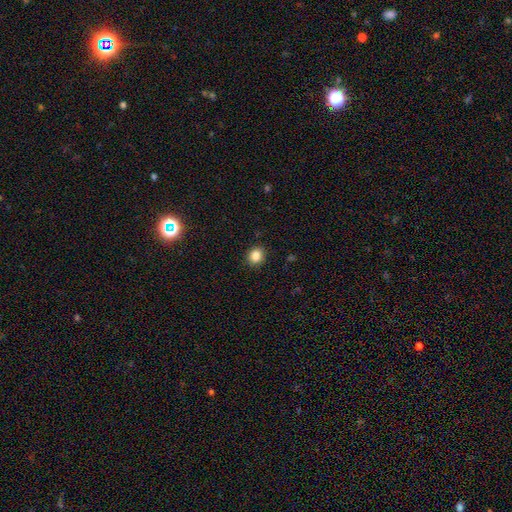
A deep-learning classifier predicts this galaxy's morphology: Smooth or featured? Predicted: smooth (p=0.85). How rounded? Predicted: round (p=0.69). Merging? Predicted: none (p=0.90).